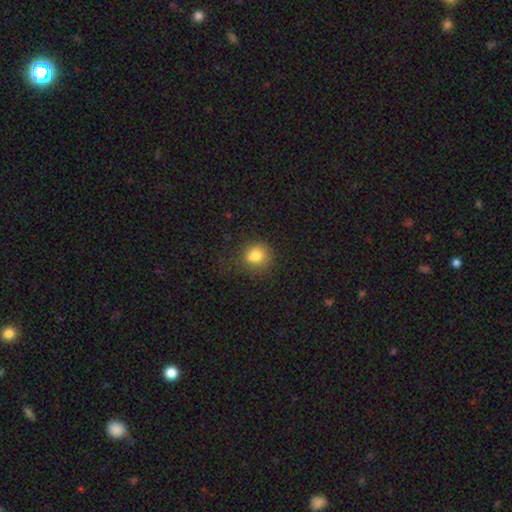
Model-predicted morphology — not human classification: Smooth or featured? Predicted: smooth (p=0.79). How rounded? Predicted: round (p=0.78). Merging? Predicted: none (p=0.63).